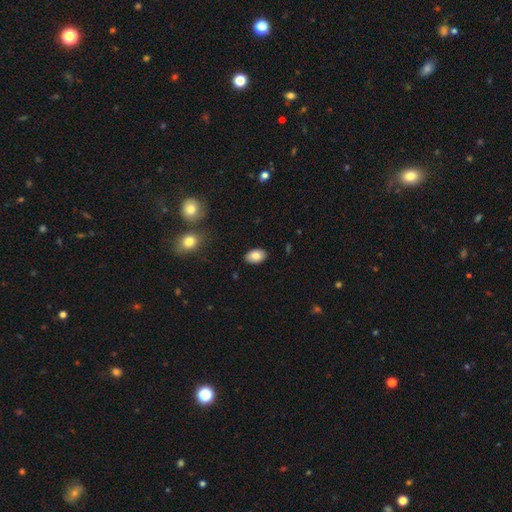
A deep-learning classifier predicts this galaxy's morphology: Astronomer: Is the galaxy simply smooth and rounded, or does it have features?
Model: smooth — 82%.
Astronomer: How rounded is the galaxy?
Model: in between — 89%.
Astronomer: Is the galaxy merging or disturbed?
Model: none — 89%.